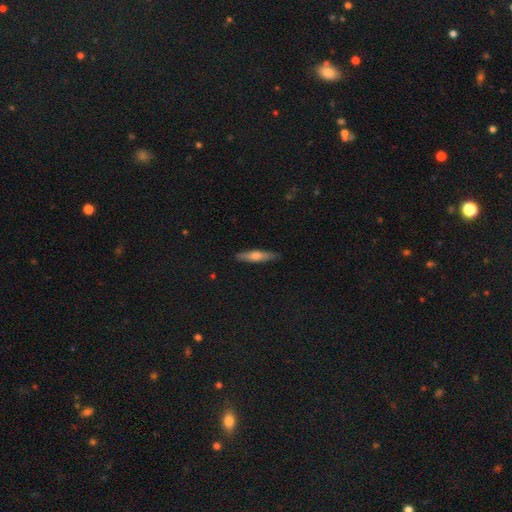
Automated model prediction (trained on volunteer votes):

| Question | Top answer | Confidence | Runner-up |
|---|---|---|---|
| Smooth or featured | smooth | 50% | featured or disk (44%) |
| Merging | none | 87% | minor disturbance (10%) |